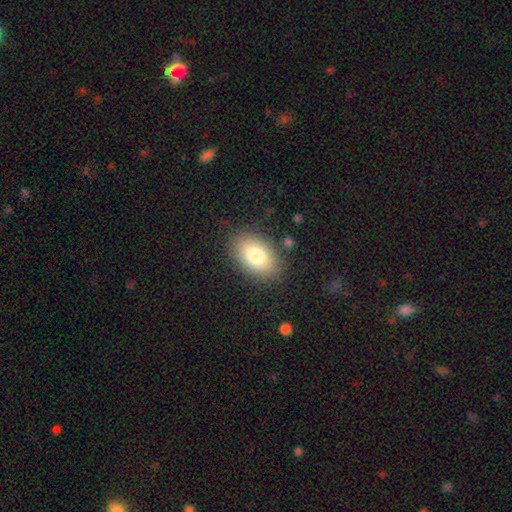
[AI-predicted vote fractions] smooth-or-featured: smooth: 79% | featured or disk: 13% | star or artifact: 8%
  how-rounded: in between: 89% | round: 10% | cigar-shaped: 1%
  merging: none: 84% | minor disturbance: 11% | major disturbance: 4% | merger: 2%